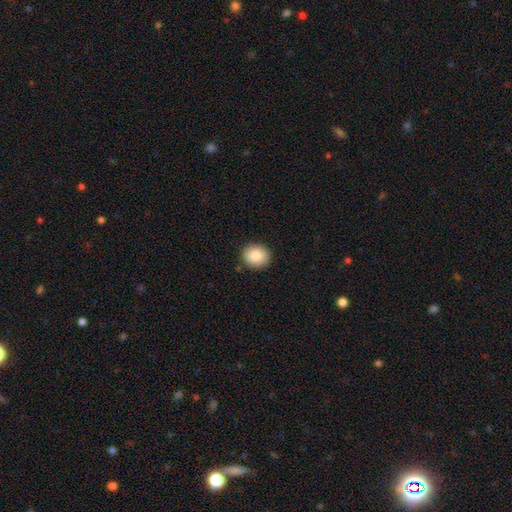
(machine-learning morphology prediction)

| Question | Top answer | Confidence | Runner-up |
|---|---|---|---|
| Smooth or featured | smooth | 87% | star or artifact (8%) |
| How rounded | round | 76% | in between (23%) |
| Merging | none | 90% | minor disturbance (7%) |